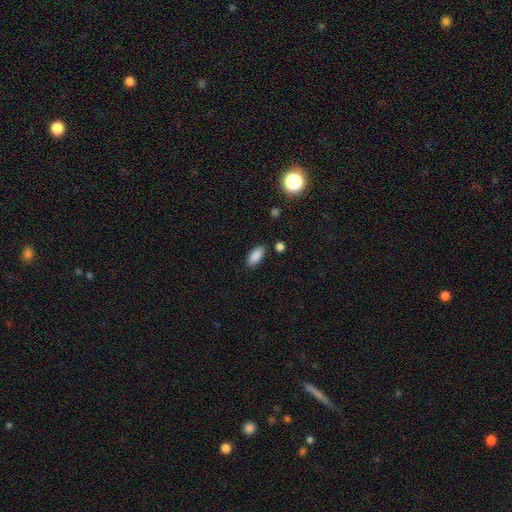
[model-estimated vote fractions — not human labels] Morphology: type=smooth (88%); roundness=in between (88%); merging=none (84%).